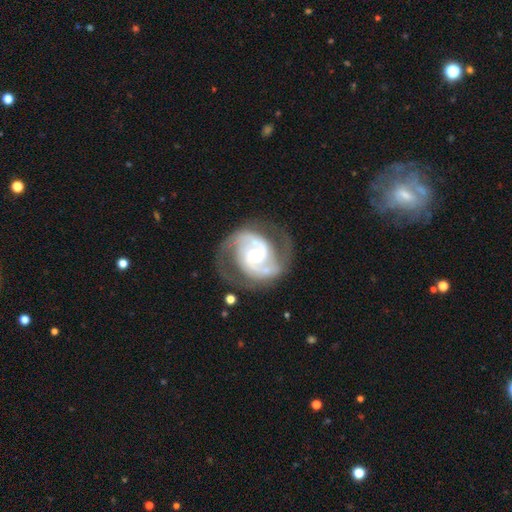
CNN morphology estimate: This appears to be a featured or disk galaxy (91%) with no bar (55%), 2 (84%) medium (48%) spiral arms (97%) and a moderate central bulge (70%). Merging: none (69%).